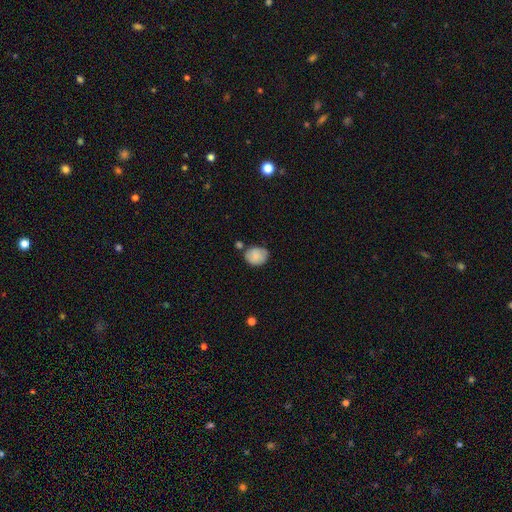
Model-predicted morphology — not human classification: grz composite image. It shows a smooth galaxy with no disk features (83%) that is round (54%). Merging: none (61%).